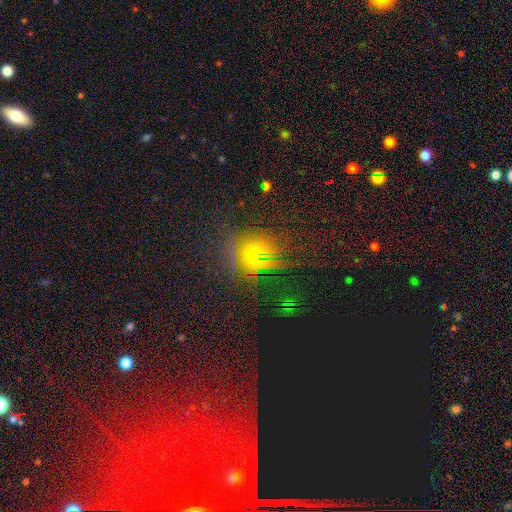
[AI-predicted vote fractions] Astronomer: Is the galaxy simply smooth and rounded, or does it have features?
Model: smooth — 46% (runner-up: star or artifact, 38%).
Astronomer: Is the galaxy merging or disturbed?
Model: none — 71%.